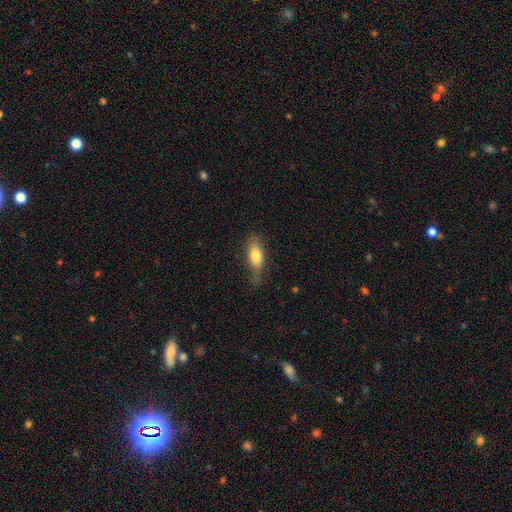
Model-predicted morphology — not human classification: smooth 76%, featured or disk 18%, star or artifact 6%. Down the decision tree: how rounded — in between (71%); merging — none (65%).